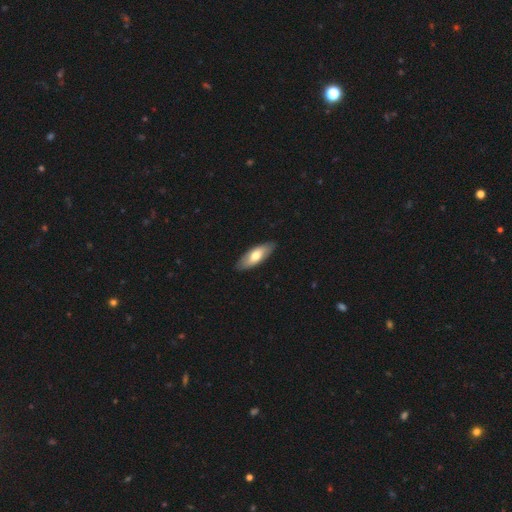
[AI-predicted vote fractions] smooth 65%, featured or disk 30%, star or artifact 5%. Down the decision tree: how rounded — in between (72%); merging — none (86%).